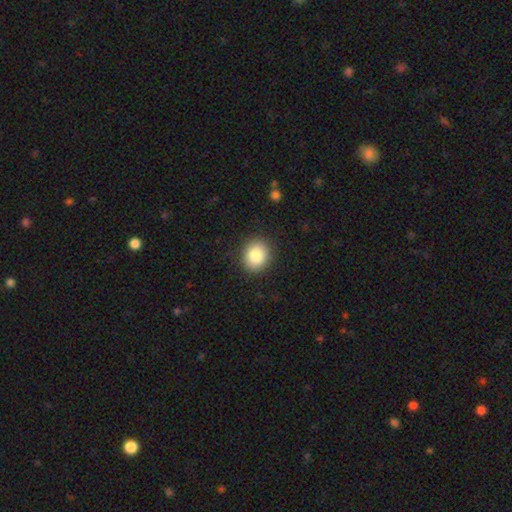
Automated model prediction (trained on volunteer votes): A smooth galaxy with no disk features (85%) that is round (74%).

Vote fractions:
- Smooth or featured? smooth: 85% / star or artifact: 9% / featured or disk: 7%
- How rounded? round: 74% / in between: 25% / cigar-shaped: 1%
- Merging? none: 90% / minor disturbance: 7% / major disturbance: 2% / merger: 1%